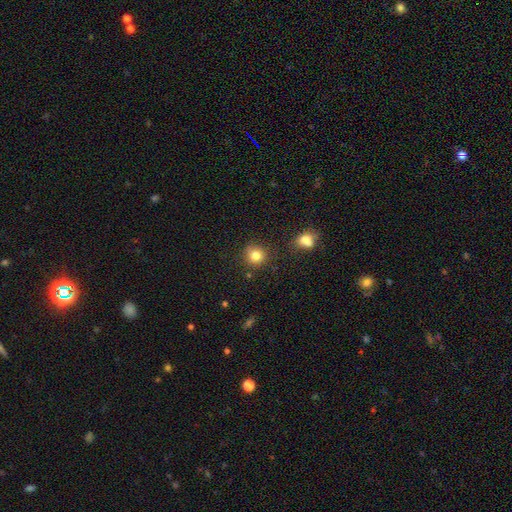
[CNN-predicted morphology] Overall: smooth (82%). How rounded: round (90%). Merging: none (83%).